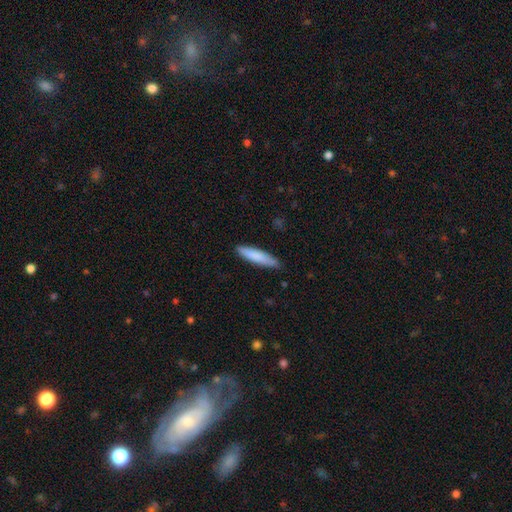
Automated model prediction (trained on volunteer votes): smooth_or_featured: smooth (p=0.82) [alt: featured or disk p=0.12]
how_rounded: cigar-shaped (p=0.81) [alt: in between p=0.17]
merging: none (p=0.84) [alt: minor disturbance p=0.13]